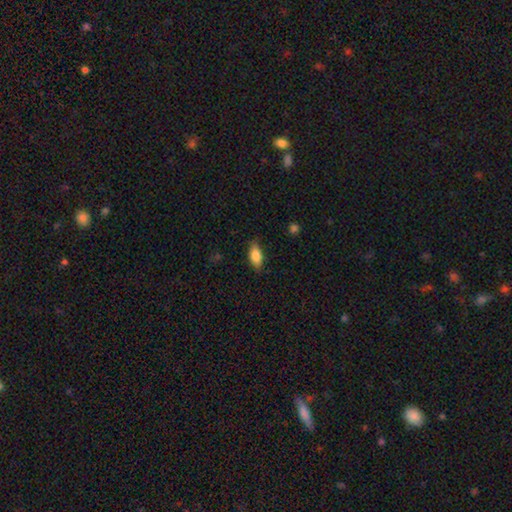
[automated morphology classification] A smooth galaxy with no disk features (83%) that is in between round and cigar-shaped (87%).

Vote fractions:
- Smooth or featured? smooth: 83% / featured or disk: 10% / star or artifact: 7%
- How rounded? in between: 87% / cigar-shaped: 9% / round: 4%
- Merging? none: 78% / minor disturbance: 17% / major disturbance: 4% / merger: 1%